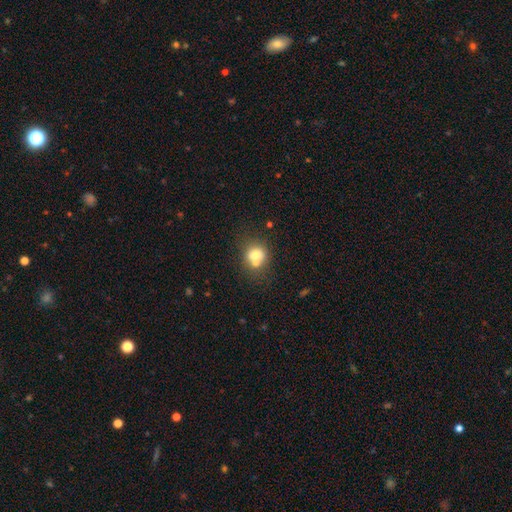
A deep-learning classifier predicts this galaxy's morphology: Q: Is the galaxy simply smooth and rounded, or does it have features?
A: smooth — 70%.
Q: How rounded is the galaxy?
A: round — 77%.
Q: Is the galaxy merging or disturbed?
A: none — 43%.